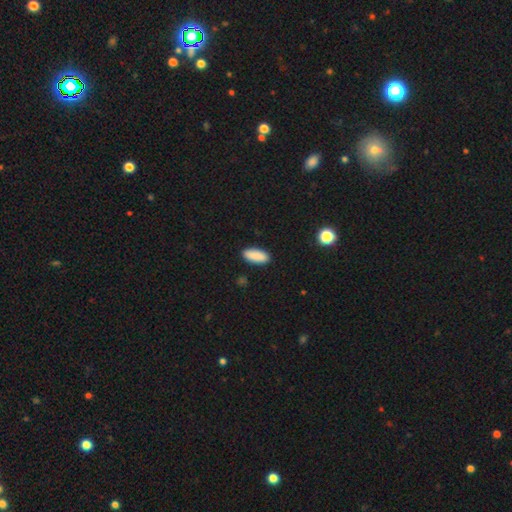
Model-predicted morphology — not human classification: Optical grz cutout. It shows a smooth galaxy with no disk features (90%) that is in between round and cigar-shaped (80%). Merging: none (90%).